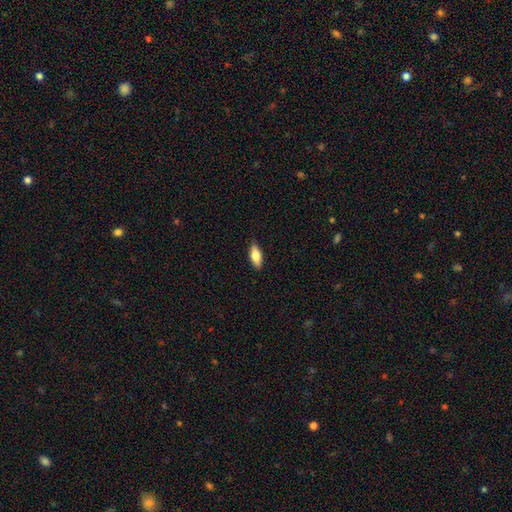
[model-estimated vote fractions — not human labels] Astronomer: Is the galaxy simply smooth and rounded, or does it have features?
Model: smooth — 75%.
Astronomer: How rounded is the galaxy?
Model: in between — 77%.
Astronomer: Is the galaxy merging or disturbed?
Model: none — 87%.